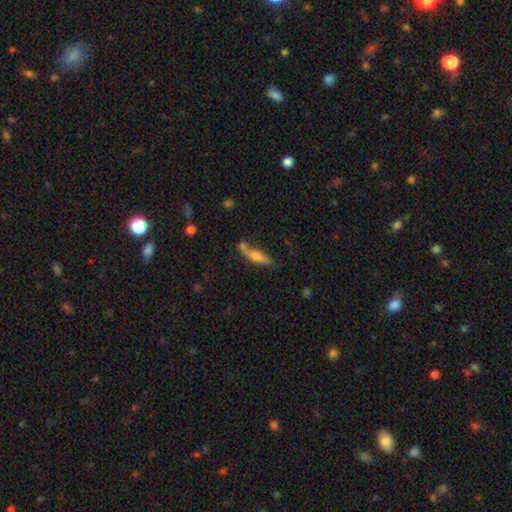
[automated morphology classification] A smooth galaxy with no disk features (57%) that is cigar-shaped (80%). Merging: none (63%).